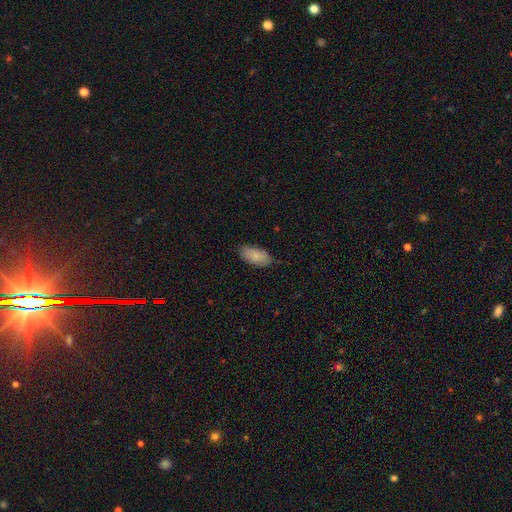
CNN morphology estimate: The model was most divided on "merging": none: 79%, minor disturbance: 17%, major disturbance: 3%, merger: 1%. More confident: how rounded — in between (93%); smooth or featured — smooth (83%).